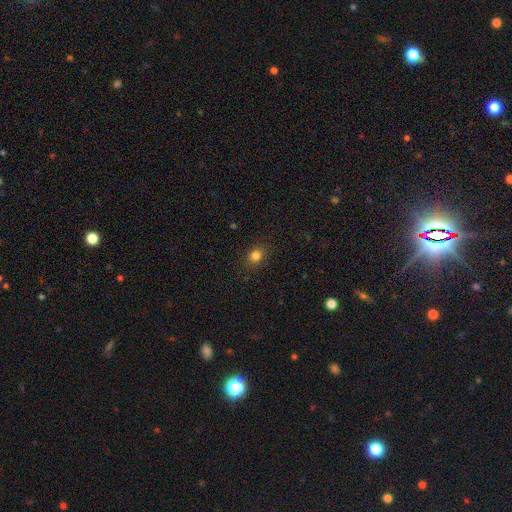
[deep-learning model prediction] smooth 82%, star or artifact 13%, featured or disk 5%. Down the decision tree: how rounded — round (72%); merging — none (89%).